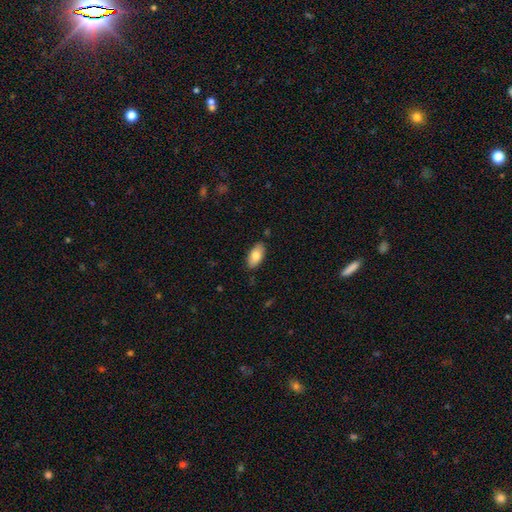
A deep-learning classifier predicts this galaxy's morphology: A smooth galaxy with no disk features (79%) that is in between round and cigar-shaped (92%). Merging: none (86%).